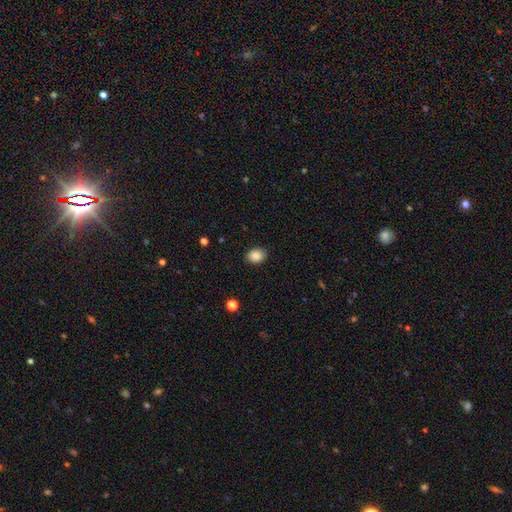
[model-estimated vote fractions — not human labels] A smooth galaxy with no disk features (88%) that is in between round and cigar-shaped (55%).

Vote fractions:
- Smooth or featured? smooth: 88% / star or artifact: 9% / featured or disk: 3%
- How rounded? in between: 55% / round: 44% / cigar-shaped: 1%
- Merging? none: 87% / minor disturbance: 9% / major disturbance: 2% / merger: 1%